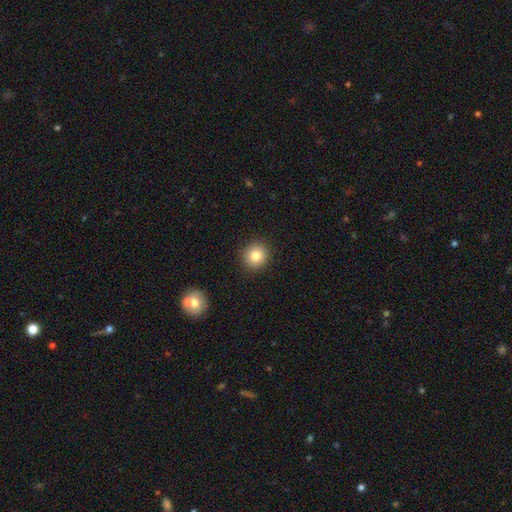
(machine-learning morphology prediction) Smooth or featured? smooth (81%)
How rounded? round (88%)
Merging? none (90%)